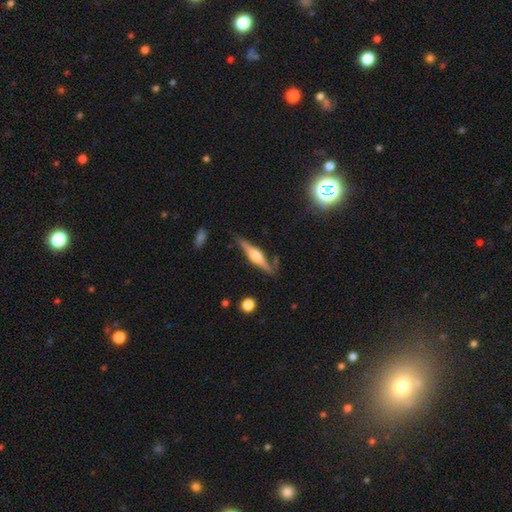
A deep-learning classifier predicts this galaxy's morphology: Smooth or featured?
  - featured or disk: 70% *
  - smooth: 24%
  - star or artifact: 6%
Edge-on disk?
  - yes: 96% *
  - no: 4%
Edge-on bulge?
  - rounded: 86% *
  - boxy: 10%
  - none: 3%
Merging?
  - none: 79% *
  - minor disturbance: 15%
  - major disturbance: 3%
  - merger: 3%